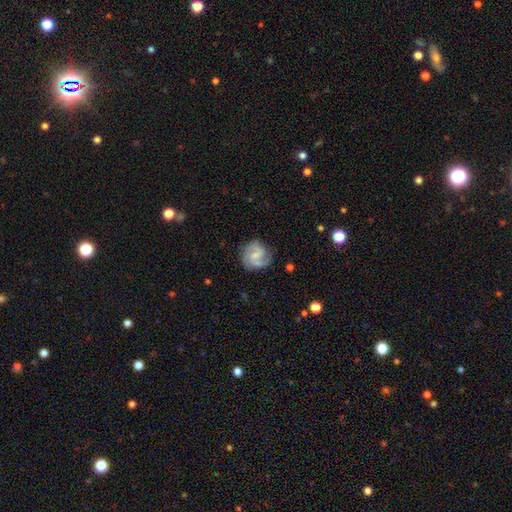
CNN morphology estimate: type=featured or disk (70%); edge-on=no (98%); bar=weak (50%); spiral arms=yes (93%); winding=medium (48%); arm count=2 (62%); bulge=small (45%); merging=none (71%).